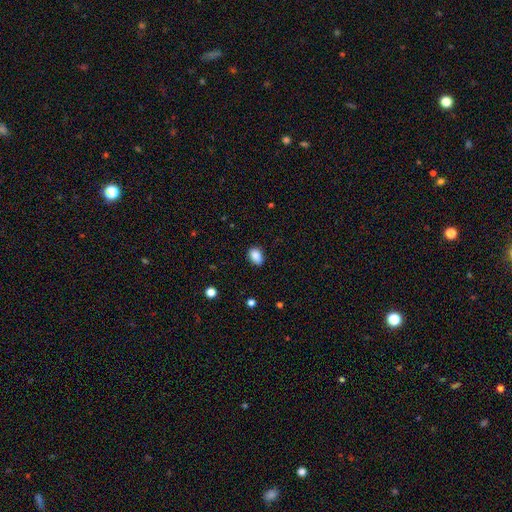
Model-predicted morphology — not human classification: Smooth or featured? smooth (88%)
How rounded? in between (79%)
Merging? none (85%)